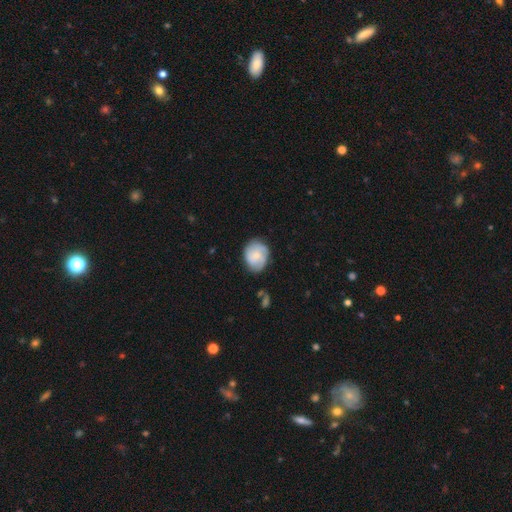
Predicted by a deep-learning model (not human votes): Smooth or featured?
  - featured or disk: 49% *
  - smooth: 45%
  - star or artifact: 7%
Merging?
  - none: 68% *
  - minor disturbance: 24%
  - major disturbance: 6%
  - merger: 2%